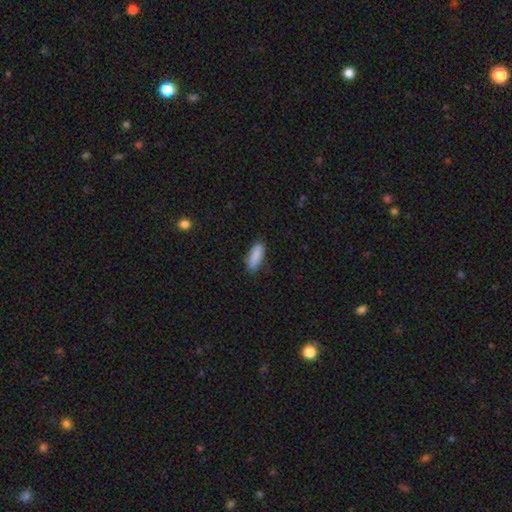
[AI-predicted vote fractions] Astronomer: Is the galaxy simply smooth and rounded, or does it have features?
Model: smooth — 88%.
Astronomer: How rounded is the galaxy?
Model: in between — 66%.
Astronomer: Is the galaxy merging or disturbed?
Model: none — 80%.